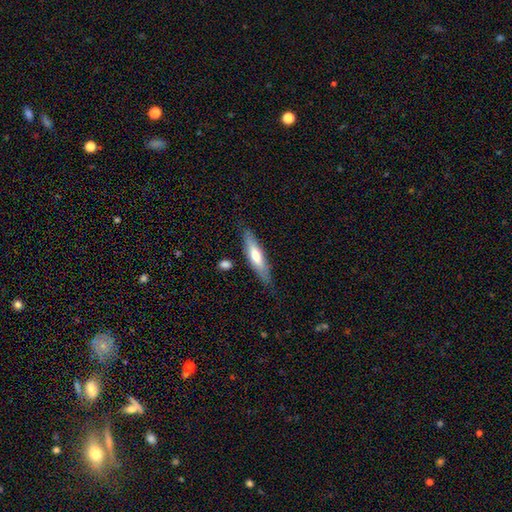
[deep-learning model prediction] Smooth or featured?
  - smooth: 52% *
  - featured or disk: 42%
  - star or artifact: 6%
How rounded?
  - cigar-shaped: 73% *
  - in between: 25%
  - round: 2%
Merging?
  - none: 78% *
  - minor disturbance: 15%
  - major disturbance: 3%
  - merger: 3%